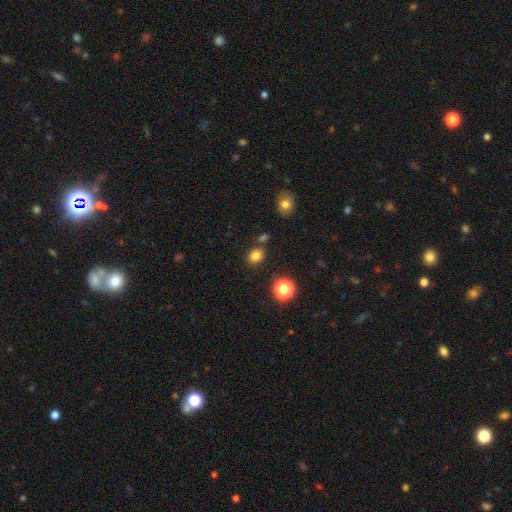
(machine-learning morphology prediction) A smooth galaxy with no disk features (81%) that is round (63%). Merging: none (78%).